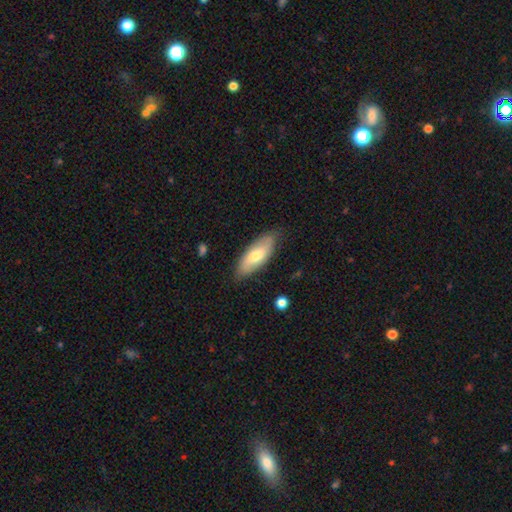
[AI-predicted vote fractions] Smooth or featured? smooth (65%)
How rounded? in between (78%)
Merging? none (82%)